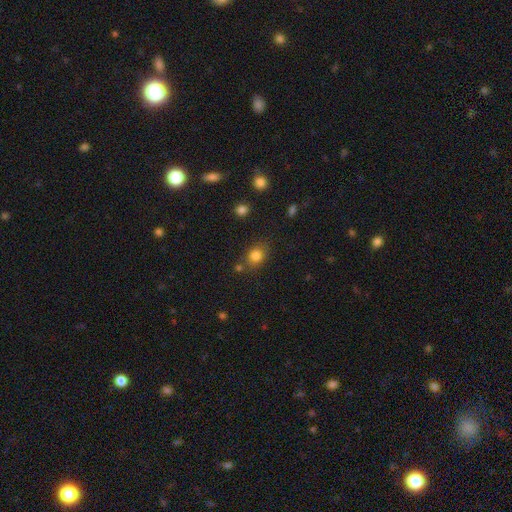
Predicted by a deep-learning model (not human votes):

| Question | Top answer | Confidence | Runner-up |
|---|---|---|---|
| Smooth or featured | smooth | 81% | star or artifact (11%) |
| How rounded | round | 52% | in between (47%) |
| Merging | none | 70% | minor disturbance (16%) |